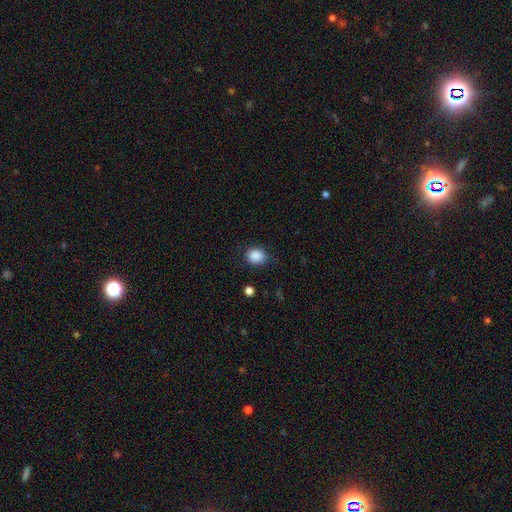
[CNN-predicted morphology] smooth 87%, star or artifact 9%, featured or disk 3%. Down the decision tree: how rounded — round (64%); merging — none (80%).